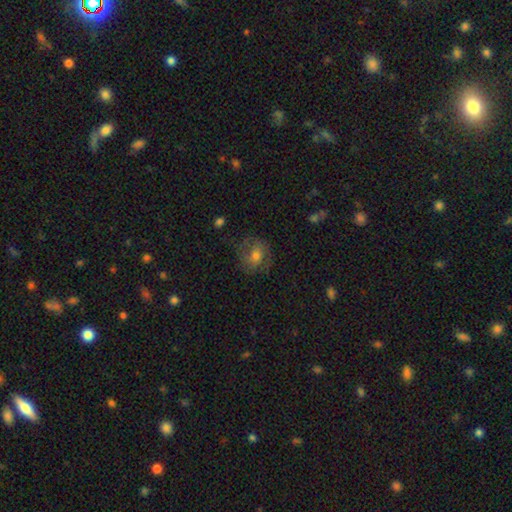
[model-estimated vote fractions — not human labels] Overall: smooth (52%; featured or disk 39%). How rounded: round (71%). Merging: none (67%).